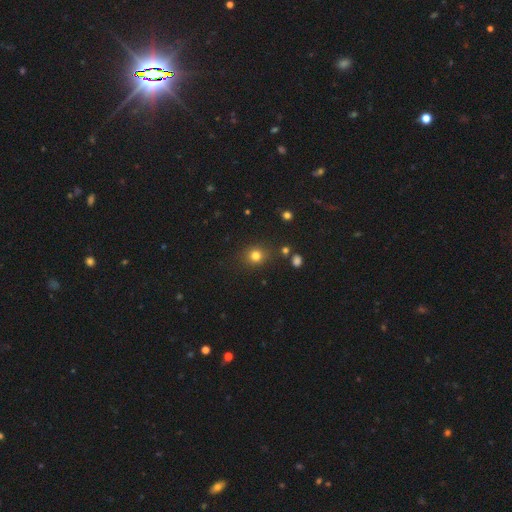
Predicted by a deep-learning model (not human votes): This is likely a smooth galaxy (80%). How rounded: clearly round (83%). Merging: clearly none (85%).